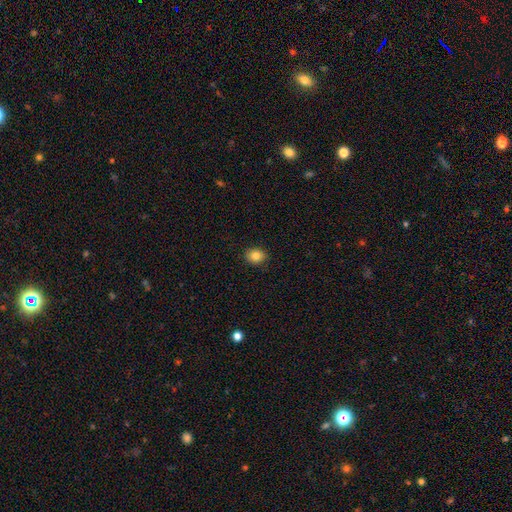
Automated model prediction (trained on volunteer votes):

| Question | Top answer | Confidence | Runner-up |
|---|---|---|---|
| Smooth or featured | smooth | 84% | star or artifact (10%) |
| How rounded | round | 58% | in between (41%) |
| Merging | none | 91% | minor disturbance (7%) |